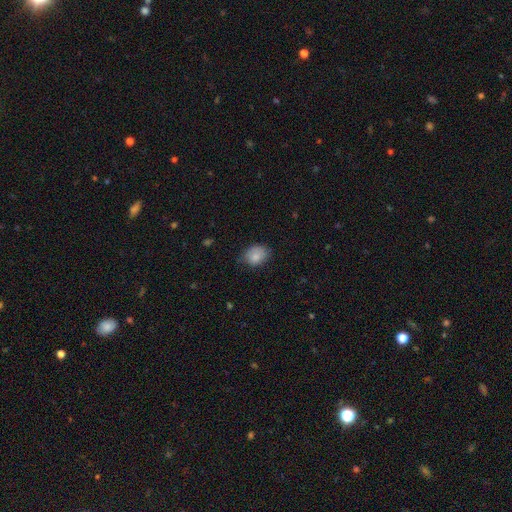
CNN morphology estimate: Q: Smooth or featured?
A: smooth (85%); runner-up: star or artifact (9%)
Q: How rounded?
A: in between (55%); runner-up: round (44%)
Q: Merging?
A: none (65%); runner-up: minor disturbance (28%)